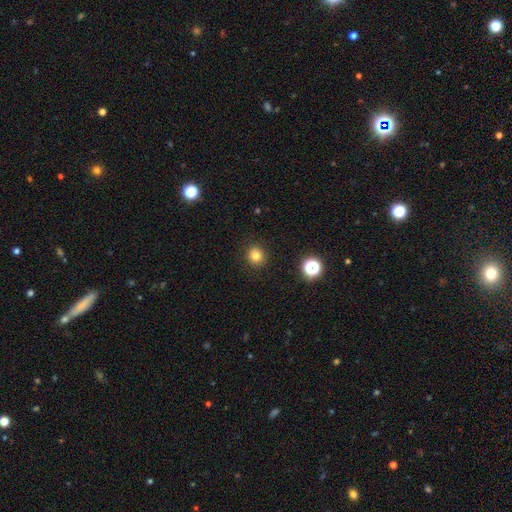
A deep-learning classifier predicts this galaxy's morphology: smooth 81%, star or artifact 13%, featured or disk 5%. Down the decision tree: how rounded — round (88%); merging — none (91%).